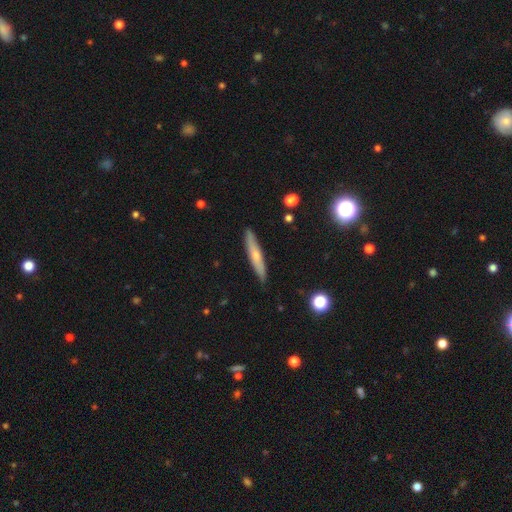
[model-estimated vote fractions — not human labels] smooth_or_featured: smooth (p=0.52) [alt: featured or disk p=0.41]
how_rounded: cigar-shaped (p=0.92) [alt: in between p=0.07]
merging: none (p=0.89) [alt: minor disturbance p=0.09]